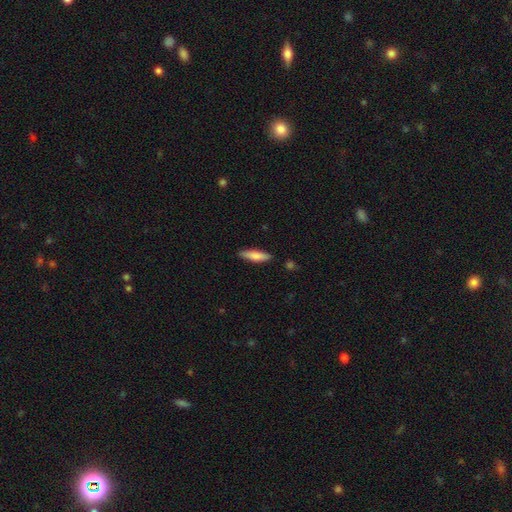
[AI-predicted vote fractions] Smooth or featured? Predicted: smooth (p=0.77). How rounded? Predicted: cigar-shaped (p=0.64). Merging? Predicted: none (p=0.85).